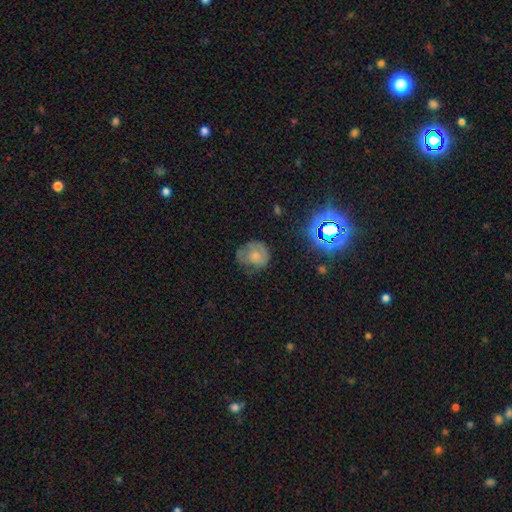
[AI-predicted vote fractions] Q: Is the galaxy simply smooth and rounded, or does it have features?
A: smooth — 55%.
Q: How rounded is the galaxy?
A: round — 71%.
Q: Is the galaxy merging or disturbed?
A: none — 44%.